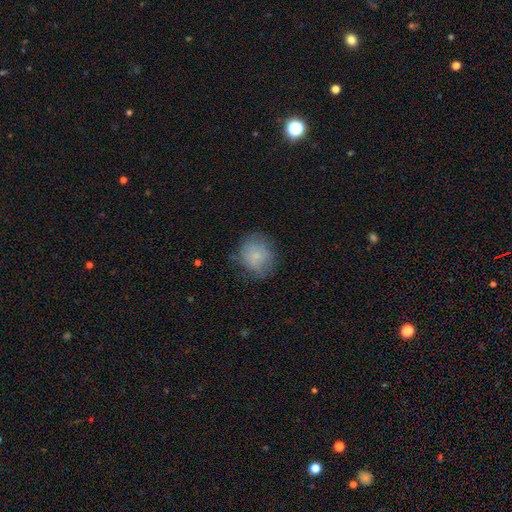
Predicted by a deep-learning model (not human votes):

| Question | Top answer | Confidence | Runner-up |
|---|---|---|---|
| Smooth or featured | smooth | 73% | featured or disk (18%) |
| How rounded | round | 84% | in between (15%) |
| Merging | none | 69% | minor disturbance (21%) |